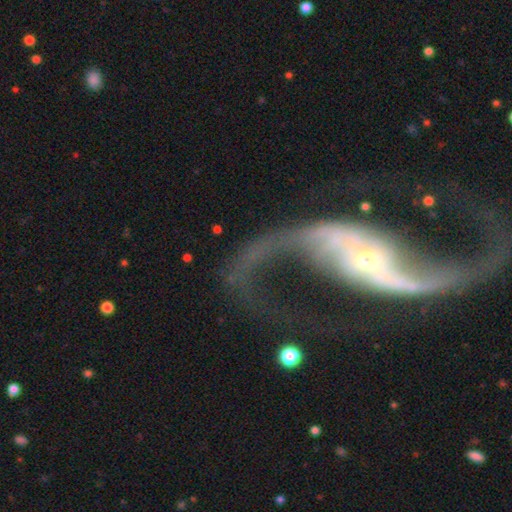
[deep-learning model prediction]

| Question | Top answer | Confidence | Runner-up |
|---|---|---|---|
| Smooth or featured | featured or disk | 91% | star or artifact (5%) |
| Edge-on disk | no | 95% | yes (5%) |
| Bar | no | 37% | strong (35%) |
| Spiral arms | yes | 96% | no (4%) |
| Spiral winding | loose | 81% | medium (14%) |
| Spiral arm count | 2 | 94% | 1 (2%) |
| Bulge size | small | 75% | moderate (20%) |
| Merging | none | 65% | major disturbance (17%) |